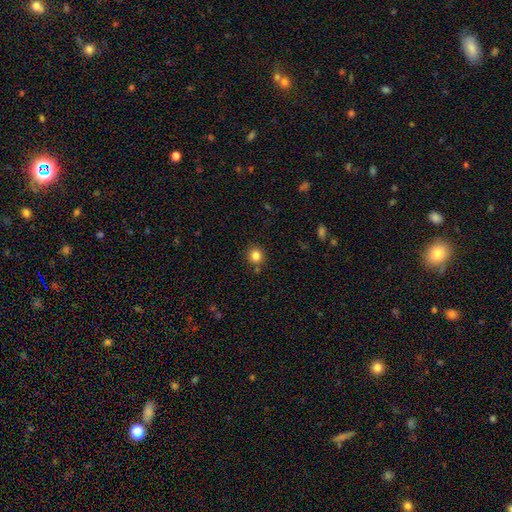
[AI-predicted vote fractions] smooth 84%, star or artifact 12%, featured or disk 5%. Down the decision tree: how rounded — round (90%); merging — none (84%).